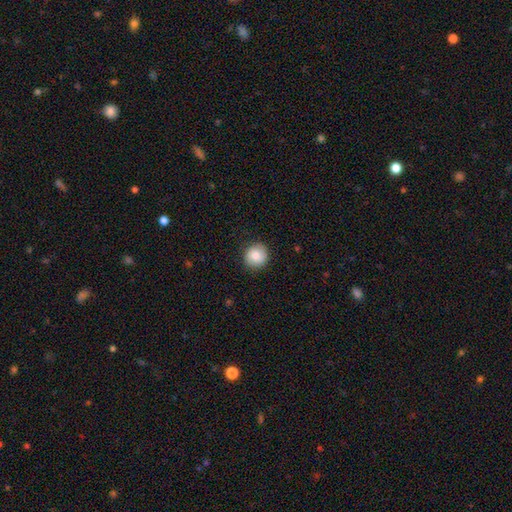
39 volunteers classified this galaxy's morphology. type=smooth (77%); roundness=round (93%); merging=none (85%).